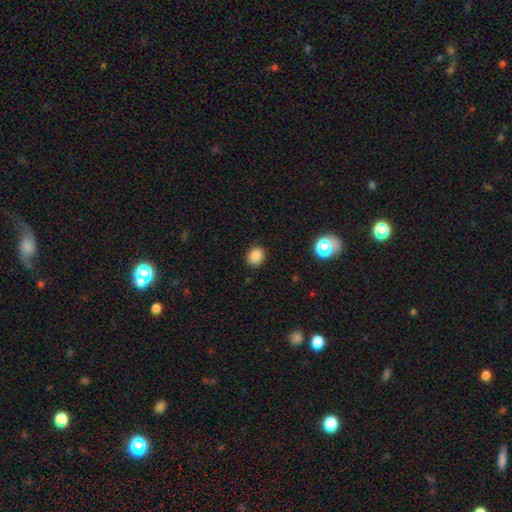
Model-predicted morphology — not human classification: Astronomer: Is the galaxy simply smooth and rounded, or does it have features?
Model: smooth — 86%.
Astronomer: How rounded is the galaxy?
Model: round — 61% (runner-up: in between, 38%).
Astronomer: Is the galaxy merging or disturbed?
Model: none — 89%.